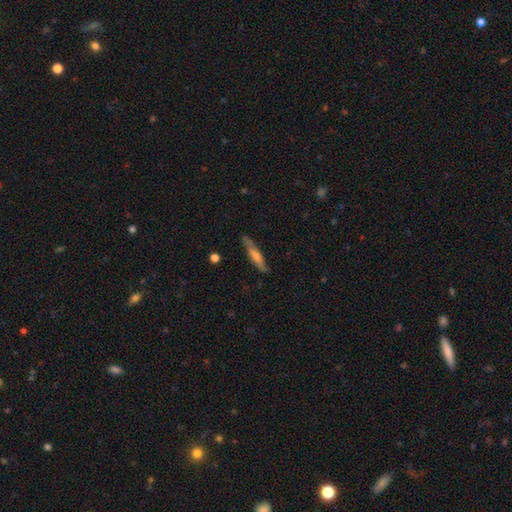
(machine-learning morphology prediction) This appears to be a featured or disk galaxy (51%) viewed edge-on (88%). Merging: none (84%).